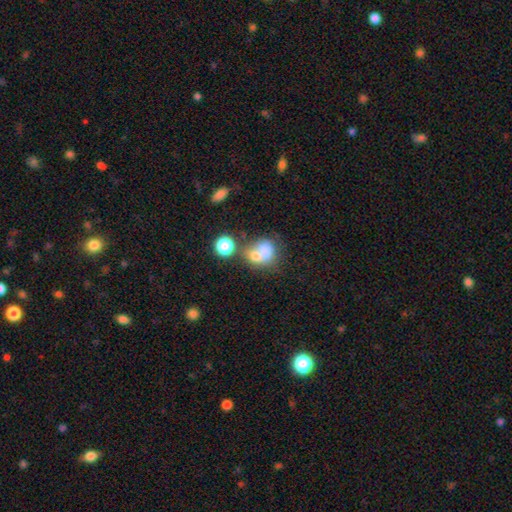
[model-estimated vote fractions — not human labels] Q: Smooth or featured?
A: smooth (68%); runner-up: featured or disk (20%)
Q: How rounded?
A: round (60%); runner-up: in between (39%)
Q: Merging?
A: merger (63%); runner-up: none (24%)